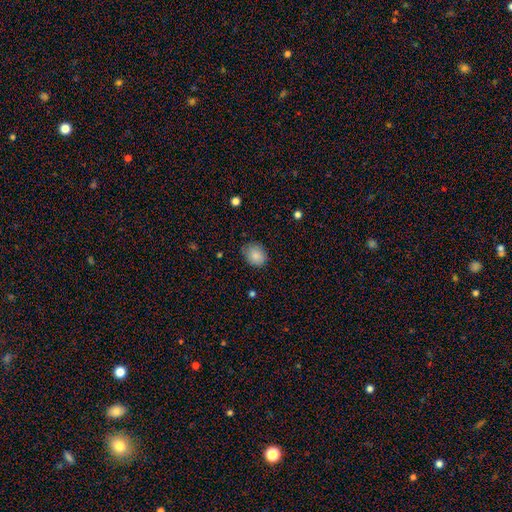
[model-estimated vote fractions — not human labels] This appears to be a smooth galaxy with no disk features (86%) that is in between round and cigar-shaped (50%). Merging: none (74%).